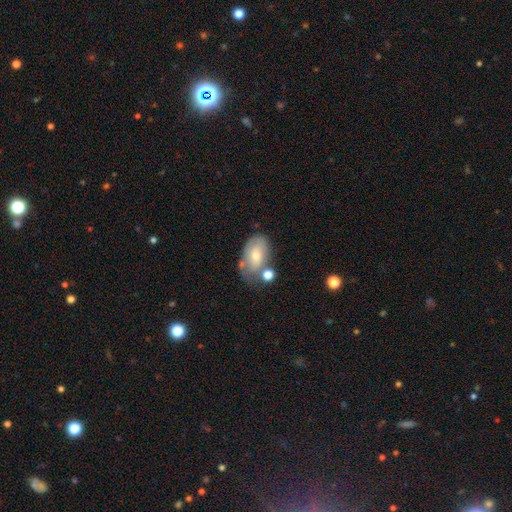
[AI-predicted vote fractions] Q: Smooth or featured?
A: smooth (60%); runner-up: featured or disk (32%)
Q: How rounded?
A: in between (89%); runner-up: round (9%)
Q: Merging?
A: none (43%); runner-up: minor disturbance (28%)